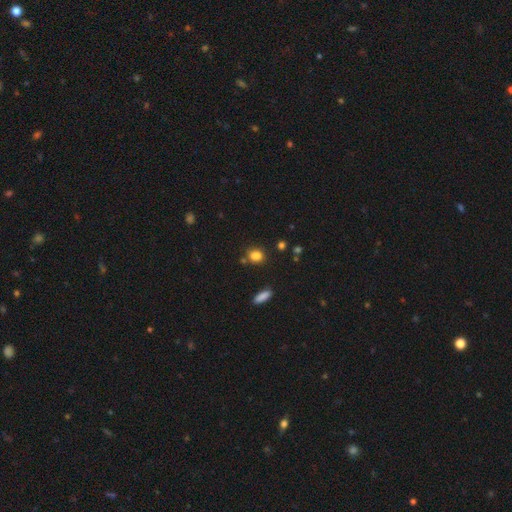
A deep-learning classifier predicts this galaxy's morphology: A smooth galaxy with no disk features (82%) that is round (52%). Merging: none (71%).